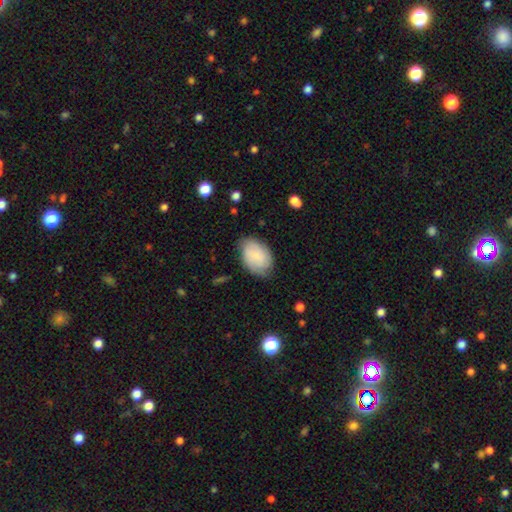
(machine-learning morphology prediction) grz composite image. It shows a smooth galaxy with no disk features (68%) that is in between round and cigar-shaped (85%). Merging: none (69%).